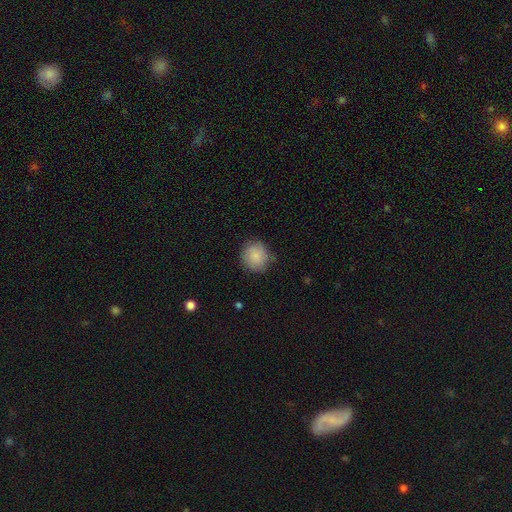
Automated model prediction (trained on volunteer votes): Smooth or featured? smooth (83%)
How rounded? round (89%)
Merging? none (77%)